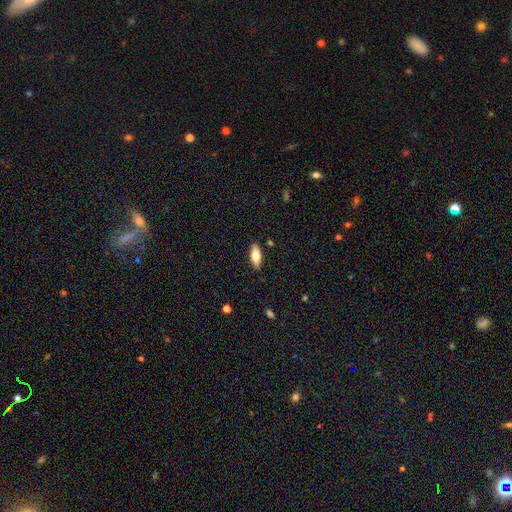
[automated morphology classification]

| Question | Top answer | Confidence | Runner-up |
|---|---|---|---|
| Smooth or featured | smooth | 70% | featured or disk (23%) |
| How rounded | in between | 77% | cigar-shaped (21%) |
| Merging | none | 88% | minor disturbance (9%) |